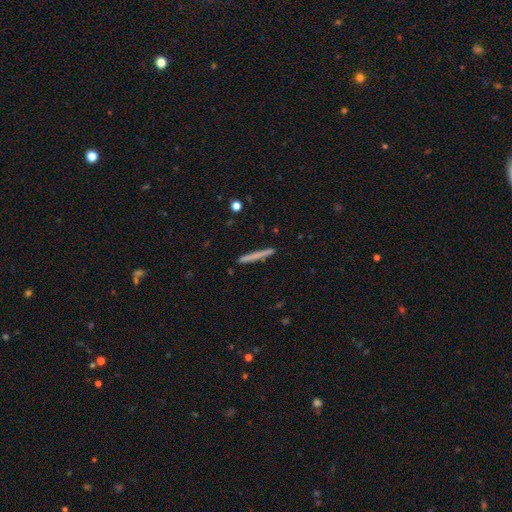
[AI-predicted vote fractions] smooth-or-featured: smooth: 62% | featured or disk: 32% | star or artifact: 6%
  how-rounded: cigar-shaped: 97% | in between: 2% | round: 1%
  merging: none: 90% | minor disturbance: 7% | merger: 2% | major disturbance: 1%